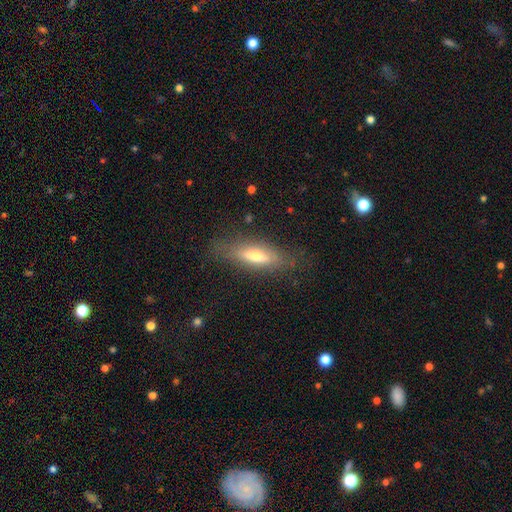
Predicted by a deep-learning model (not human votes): The model was most divided on "smooth or featured": smooth: 52%, featured or disk: 41%, star or artifact: 8%. More confident: merging — none (77%); how rounded — cigar-shaped (58%).